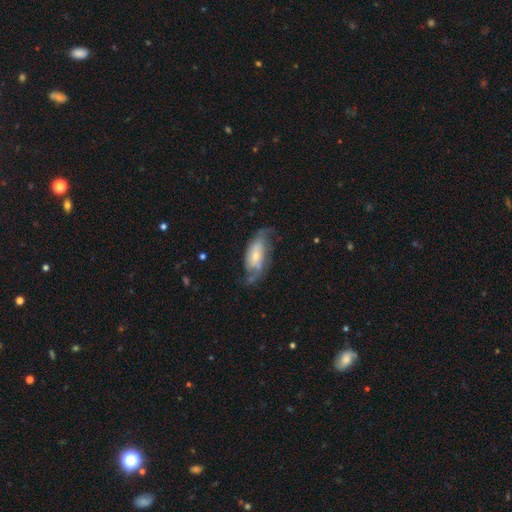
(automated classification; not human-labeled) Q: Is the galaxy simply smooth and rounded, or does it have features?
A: featured or disk — 69%.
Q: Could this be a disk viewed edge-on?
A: no — 92%.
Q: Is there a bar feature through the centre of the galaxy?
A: no — 58%.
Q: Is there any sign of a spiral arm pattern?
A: yes — 85%.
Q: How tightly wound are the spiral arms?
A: medium — 41%.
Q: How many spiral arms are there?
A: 2 — 67%.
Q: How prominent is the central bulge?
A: small — 51%.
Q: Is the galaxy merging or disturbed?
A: none — 56%.